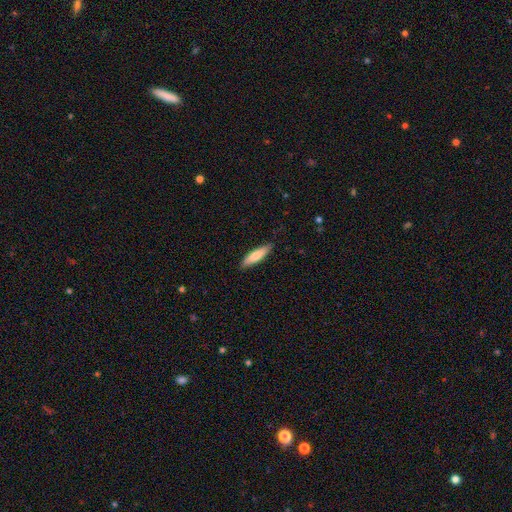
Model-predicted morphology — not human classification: Q: Smooth or featured?
A: smooth (77%); runner-up: featured or disk (18%)
Q: How rounded?
A: cigar-shaped (73%); runner-up: in between (26%)
Q: Merging?
A: none (86%); runner-up: minor disturbance (11%)